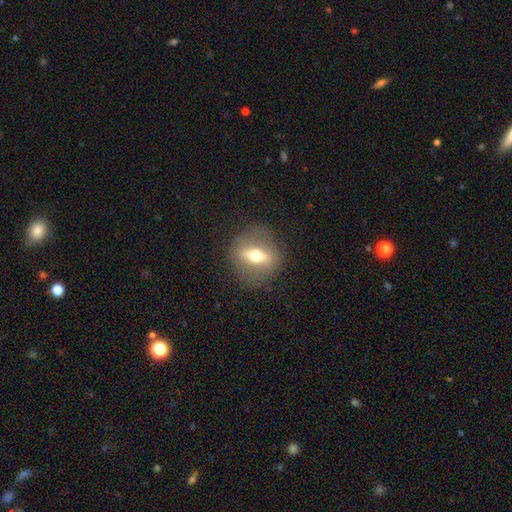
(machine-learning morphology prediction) Smooth or featured? featured or disk (53%)
Edge-on disk? no (56%)
Merging? none (84%)